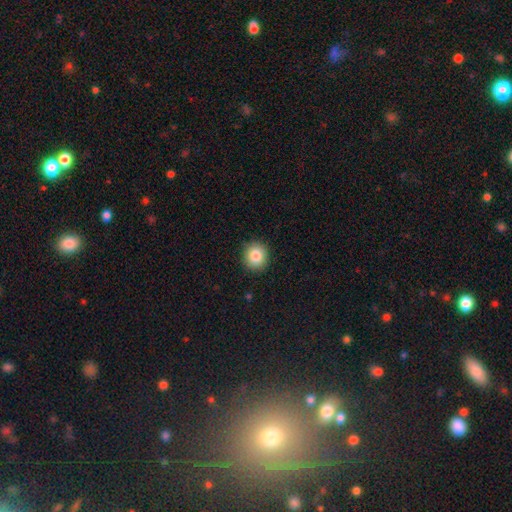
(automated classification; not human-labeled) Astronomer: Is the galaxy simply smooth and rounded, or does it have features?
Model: smooth — 84%.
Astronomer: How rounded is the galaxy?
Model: round — 86%.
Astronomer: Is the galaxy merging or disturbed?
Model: none — 91%.